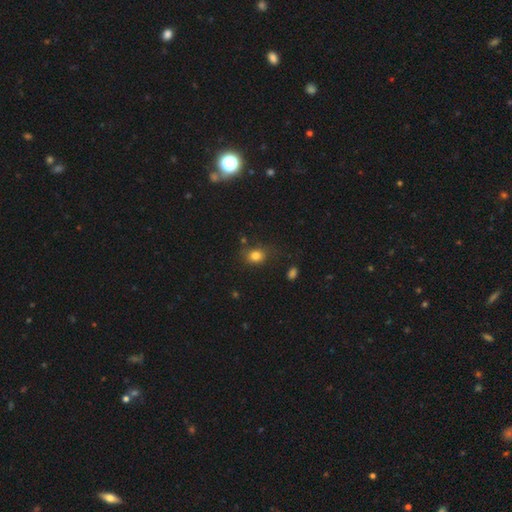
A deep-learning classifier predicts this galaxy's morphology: This is clearly a smooth galaxy (81%). How rounded: possibly round (58%). Merging: likely none (73%).